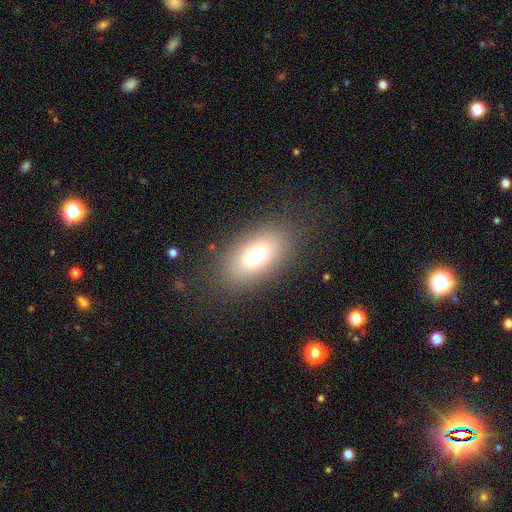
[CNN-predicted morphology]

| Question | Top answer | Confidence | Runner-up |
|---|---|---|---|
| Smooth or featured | smooth | 69% | star or artifact (16%) |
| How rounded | in between | 82% | round (15%) |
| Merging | none | 83% | minor disturbance (10%) |